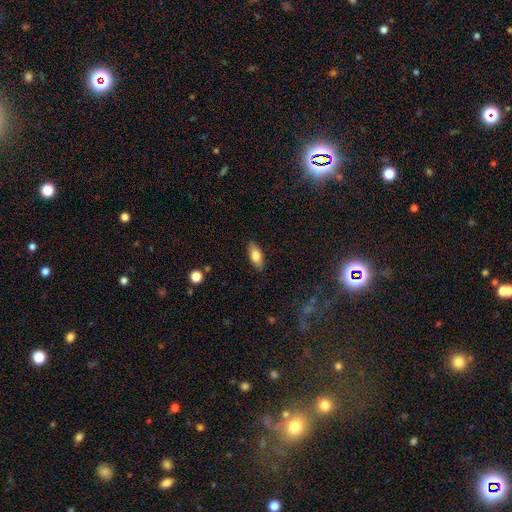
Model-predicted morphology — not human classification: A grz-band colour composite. It shows a smooth galaxy with no disk features (75%) that is in between round and cigar-shaped (84%). Merging: none (86%).